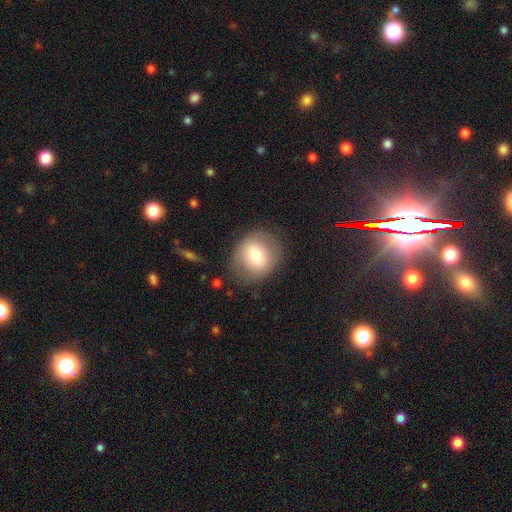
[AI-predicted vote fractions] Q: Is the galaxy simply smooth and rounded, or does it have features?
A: smooth — 70%.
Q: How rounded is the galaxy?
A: round — 72%.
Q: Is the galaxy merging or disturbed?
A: none — 80%.